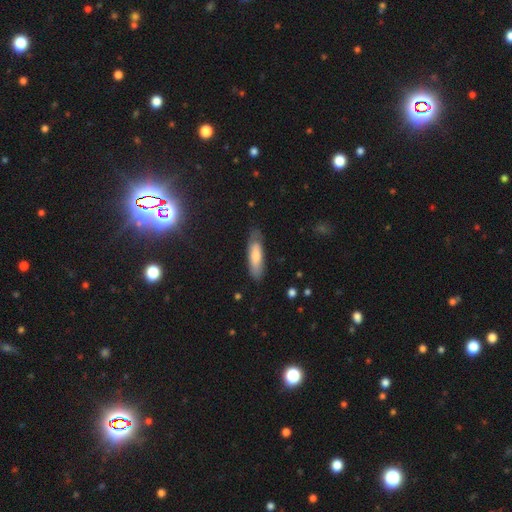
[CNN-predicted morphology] smooth-or-featured: smooth: 72% | featured or disk: 22% | star or artifact: 6%
  how-rounded: cigar-shaped: 52% | in between: 46% | round: 2%
  merging: none: 74% | minor disturbance: 20% | major disturbance: 5% | merger: 1%